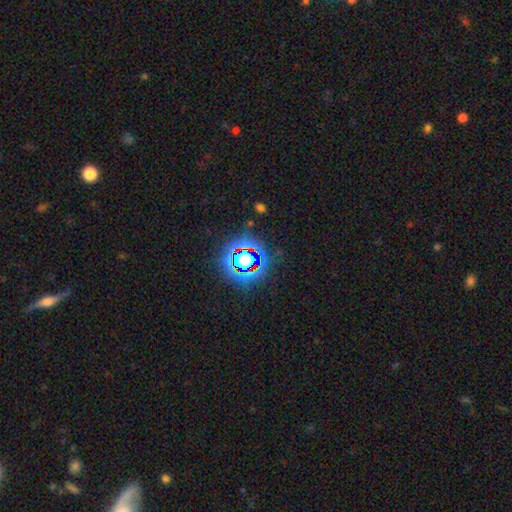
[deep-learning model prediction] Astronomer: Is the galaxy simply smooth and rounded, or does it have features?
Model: star or artifact — 77%.